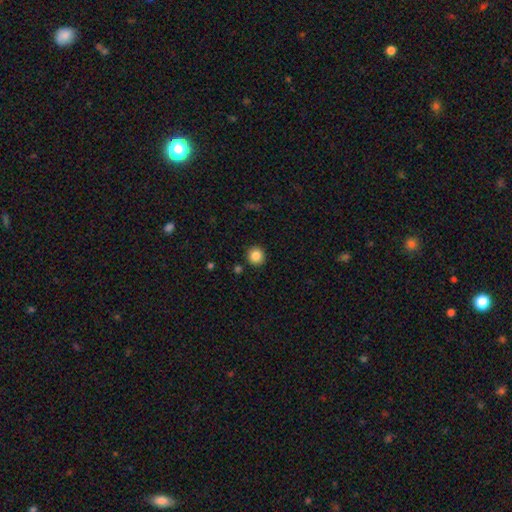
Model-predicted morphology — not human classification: Smooth or featured? smooth (85%)
How rounded? round (94%)
Merging? none (91%)